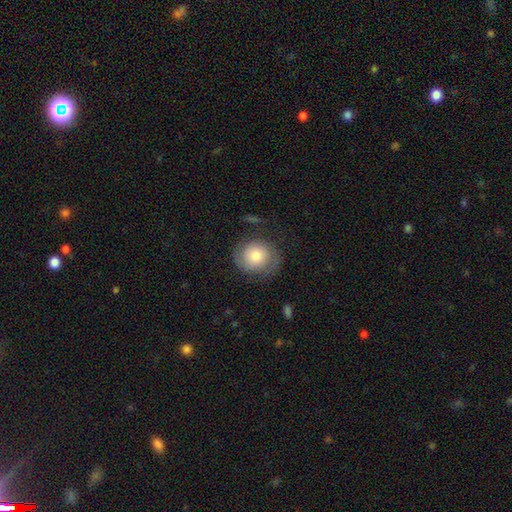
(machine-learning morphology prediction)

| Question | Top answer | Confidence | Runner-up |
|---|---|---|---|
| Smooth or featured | smooth | 56% | featured or disk (37%) |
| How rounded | round | 80% | in between (19%) |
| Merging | none | 67% | minor disturbance (20%) |